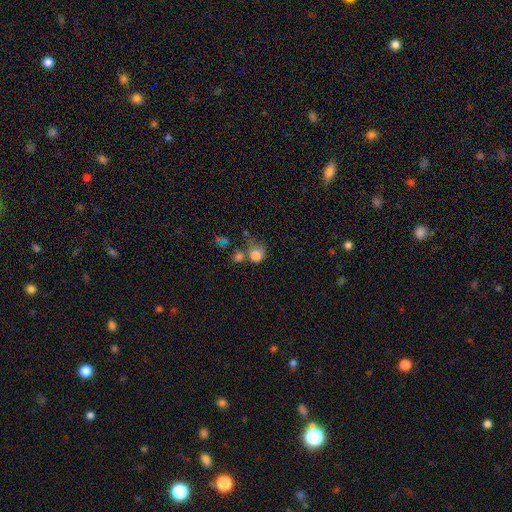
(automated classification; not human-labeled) Smooth or featured: smooth — 79% (star or artifact — 11%)
How rounded: round — 76% (in between — 23%)
Merging: none — 36% (merger — 33%)